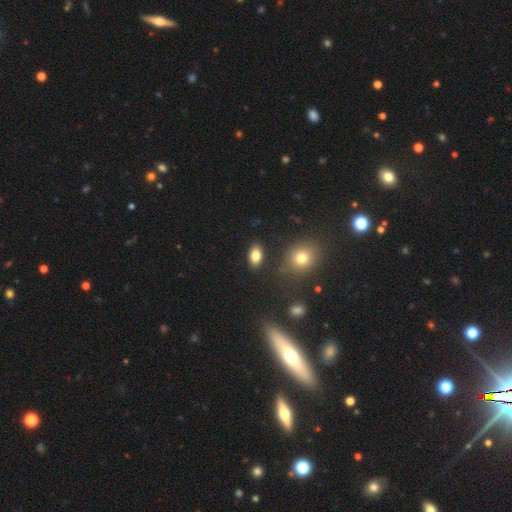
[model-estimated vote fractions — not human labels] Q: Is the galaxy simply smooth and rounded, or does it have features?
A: smooth — 83%.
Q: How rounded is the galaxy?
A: in between — 89%.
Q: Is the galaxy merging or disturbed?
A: none — 85%.